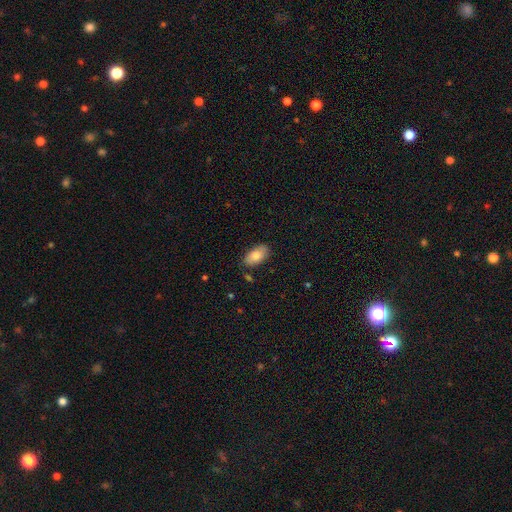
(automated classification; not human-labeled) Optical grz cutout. It shows a smooth galaxy with no disk features (82%) that is in between round and cigar-shaped (94%). Merging: none (82%).